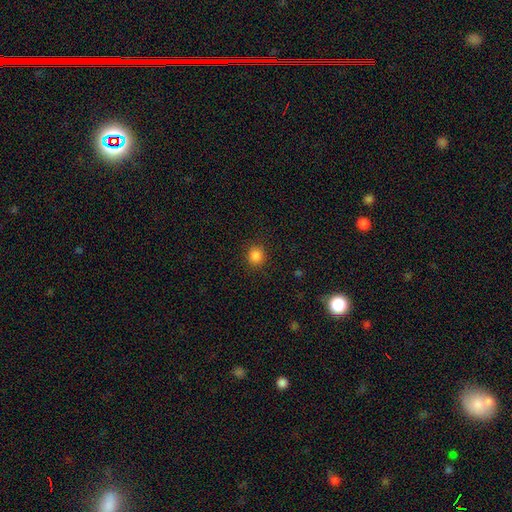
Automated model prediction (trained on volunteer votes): This appears to be a smooth galaxy with no disk features (85%) that is round (89%). Merging: none (90%).